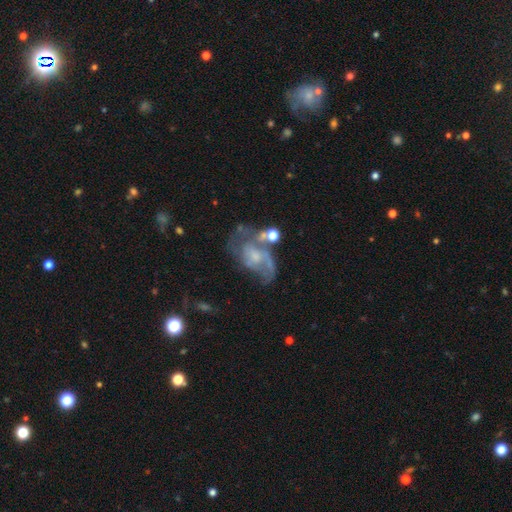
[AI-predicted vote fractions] Smooth or featured? featured or disk (74%)
Edge-on disk? no (97%)
Bar? no (65%)
Spiral arms? yes (78%)
Spiral winding? medium (44%)
Spiral arm count? 2 (41%)
Bulge size? small (42%)
Merging? none (36%)